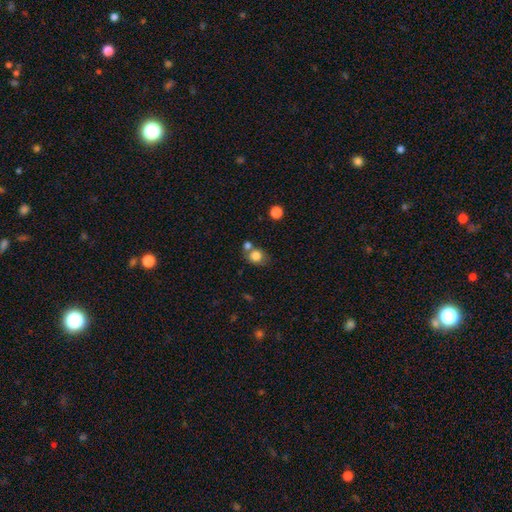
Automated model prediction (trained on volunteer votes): Q: Smooth or featured?
A: smooth (81%); runner-up: star or artifact (11%)
Q: How rounded?
A: round (70%); runner-up: in between (29%)
Q: Merging?
A: none (56%); runner-up: merger (28%)